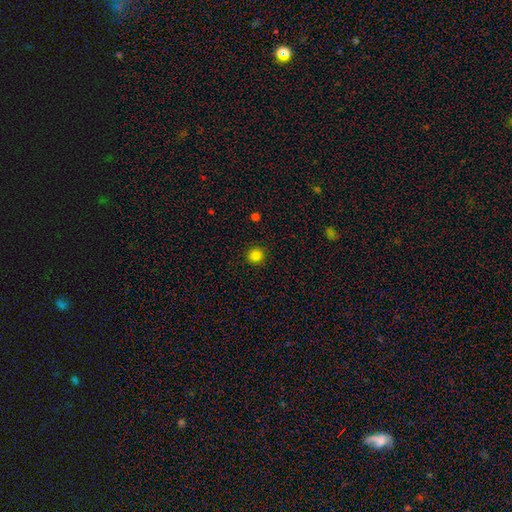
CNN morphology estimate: This is clearly a smooth galaxy (84%). How rounded: clearly round (94%). Merging: clearly none (92%).